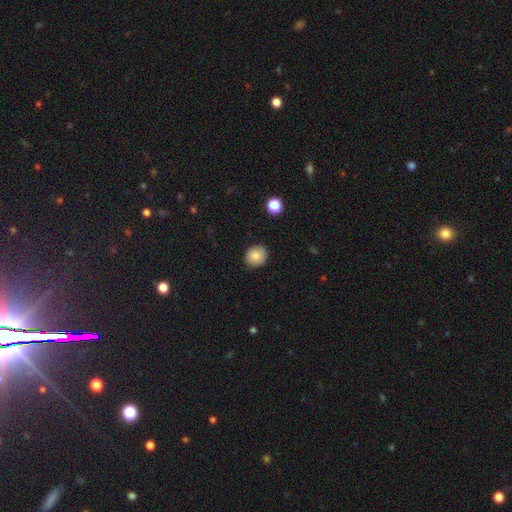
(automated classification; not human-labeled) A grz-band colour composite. It shows a smooth galaxy with no disk features (86%) that is round (86%). Merging: none (87%).